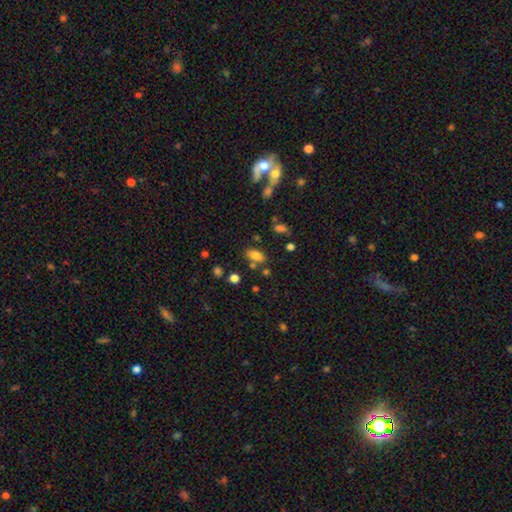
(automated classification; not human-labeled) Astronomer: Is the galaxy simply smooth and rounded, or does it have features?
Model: smooth — 80%.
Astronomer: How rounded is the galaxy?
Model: in between — 89%.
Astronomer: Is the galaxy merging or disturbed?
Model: none — 72%.